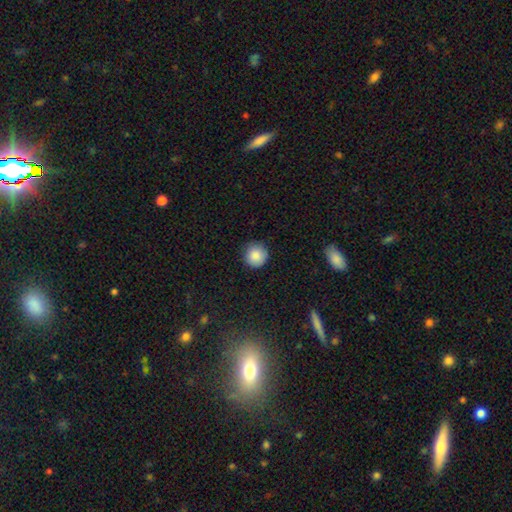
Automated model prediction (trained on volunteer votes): smooth 86%, star or artifact 8%, featured or disk 5%. Down the decision tree: how rounded — round (94%); merging — none (87%).